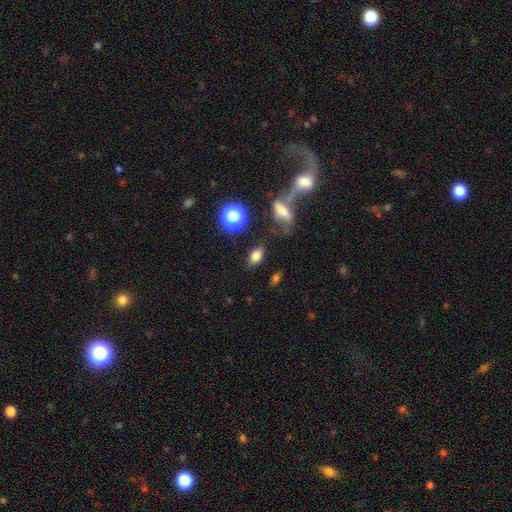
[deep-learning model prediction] Smooth or featured?
  - smooth: 75% *
  - star or artifact: 14%
  - featured or disk: 10%
How rounded?
  - in between: 82% *
  - round: 13%
  - cigar-shaped: 5%
Merging?
  - none: 78% *
  - minor disturbance: 13%
  - merger: 5%
  - major disturbance: 5%